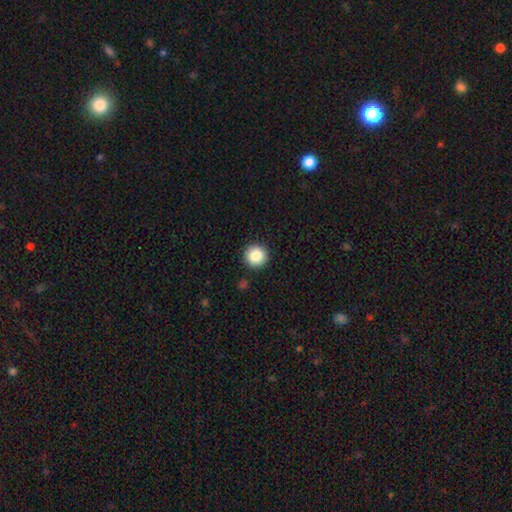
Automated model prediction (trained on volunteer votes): Smooth or featured?
  - smooth: 87% *
  - star or artifact: 9%
  - featured or disk: 5%
How rounded?
  - round: 95% *
  - in between: 4%
  - cigar-shaped: 1%
Merging?
  - none: 91% *
  - minor disturbance: 6%
  - major disturbance: 2%
  - merger: 1%